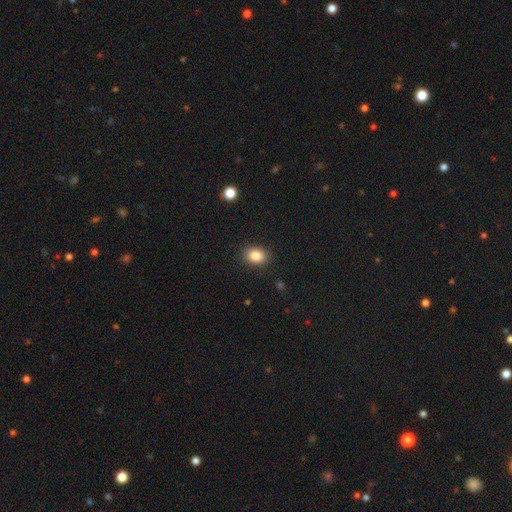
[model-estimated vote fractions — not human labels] This is clearly a smooth galaxy (85%). How rounded: possibly in between (58%). Merging: clearly none (89%).